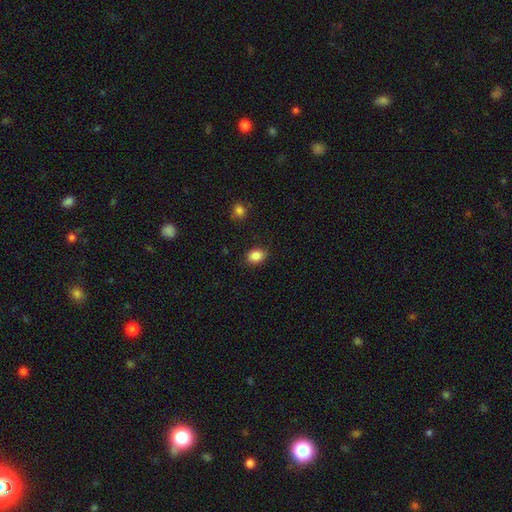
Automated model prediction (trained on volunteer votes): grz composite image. It shows a smooth galaxy with no disk features (86%) that is in between round and cigar-shaped (66%). Merging: none (85%).